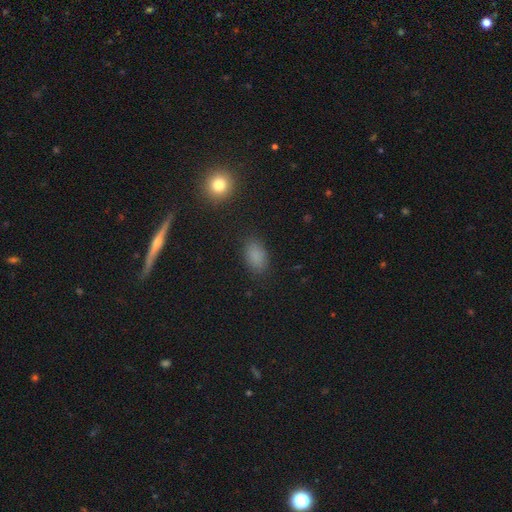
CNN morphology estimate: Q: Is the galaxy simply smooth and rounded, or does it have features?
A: smooth — 83%.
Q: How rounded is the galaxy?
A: in between — 89%.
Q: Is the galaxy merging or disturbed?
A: none — 84%.